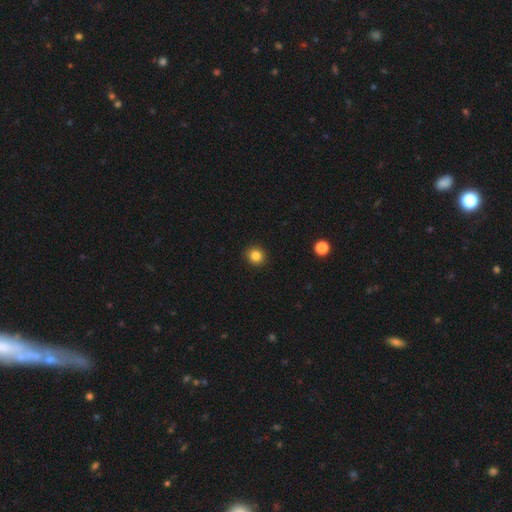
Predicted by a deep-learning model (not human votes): This is clearly a smooth galaxy (84%). How rounded: clearly round (87%). Merging: clearly none (92%).